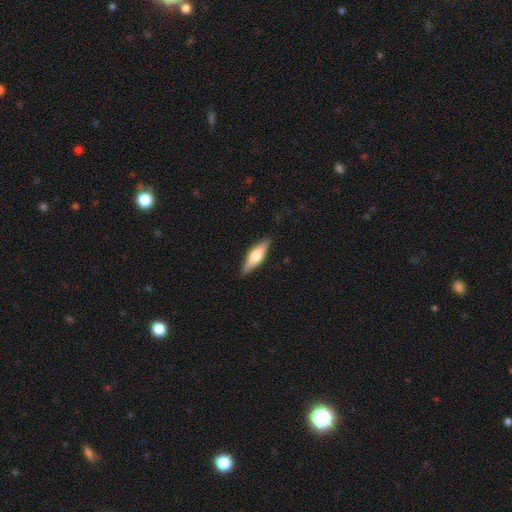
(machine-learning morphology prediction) type=smooth (51%); roundness=cigar-shaped (54%); merging=none (89%).